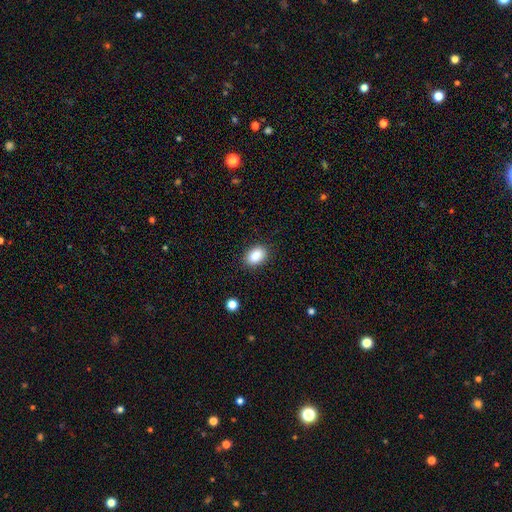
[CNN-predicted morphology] Smooth or featured? Predicted: smooth (p=0.87). How rounded? Predicted: in between (p=0.82). Merging? Predicted: none (p=0.88).